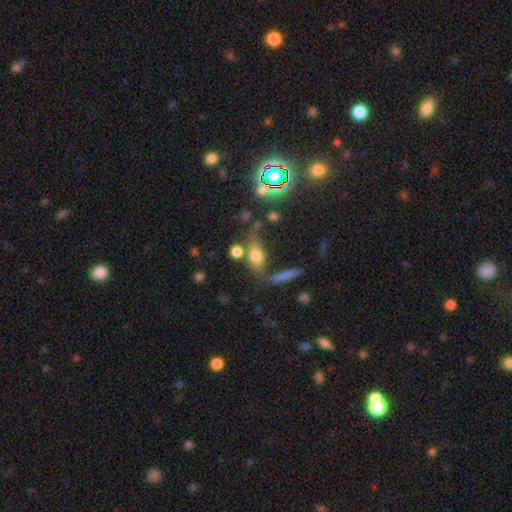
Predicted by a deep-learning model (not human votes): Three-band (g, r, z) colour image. It shows a smooth galaxy with no disk features (67%) that is in between round and cigar-shaped (67%). Merging: none (53%).